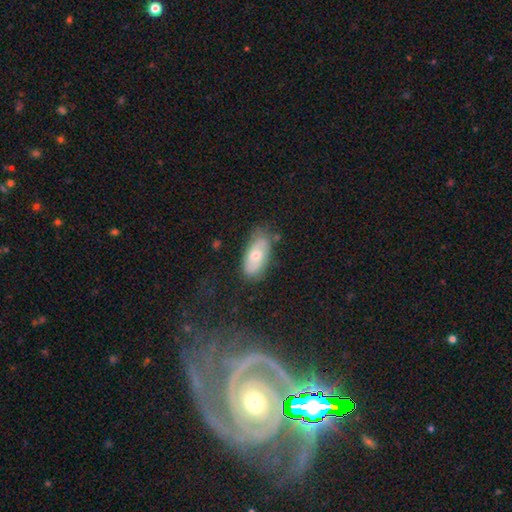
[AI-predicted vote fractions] This appears to be a smooth galaxy with no disk features (55%) that is in between round and cigar-shaped (90%). Merging: none (67%).